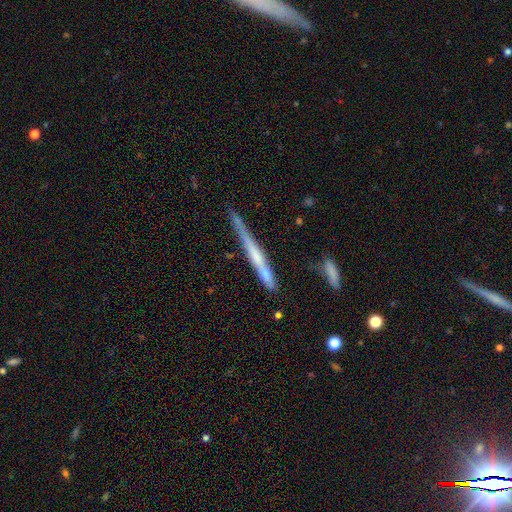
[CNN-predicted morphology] featured or disk 55%, smooth 38%, star or artifact 7%. Down the decision tree: edge-on disk — yes (93%); edge-on bulge — none (66%); merging — none (59%).